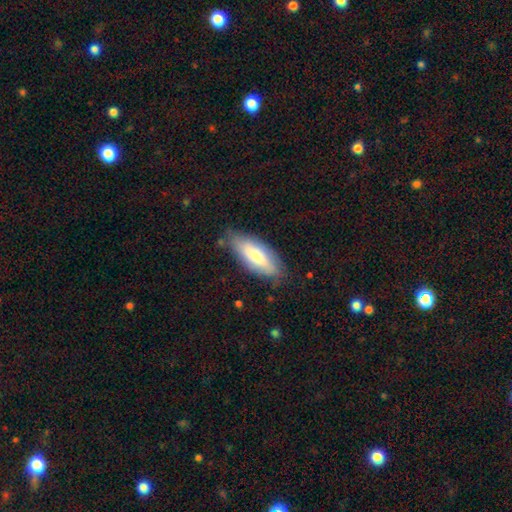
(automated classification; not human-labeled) The model was most divided on "smooth or featured": smooth: 66%, featured or disk: 28%, star or artifact: 6%. More confident: merging — none (79%); how rounded — in between (71%).